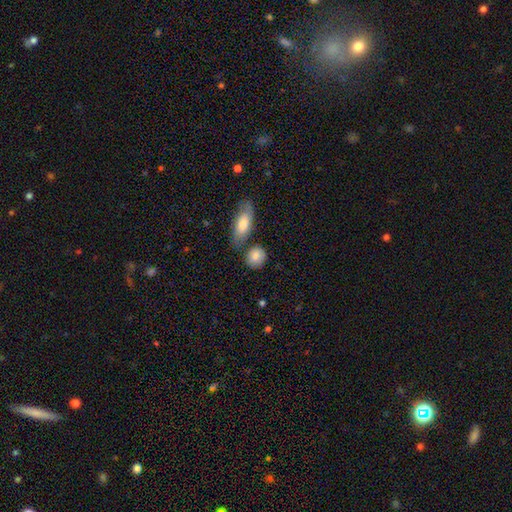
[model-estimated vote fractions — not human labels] Overall: smooth (83%). How rounded: round (62%; in between 35%). Merging: none (68%).